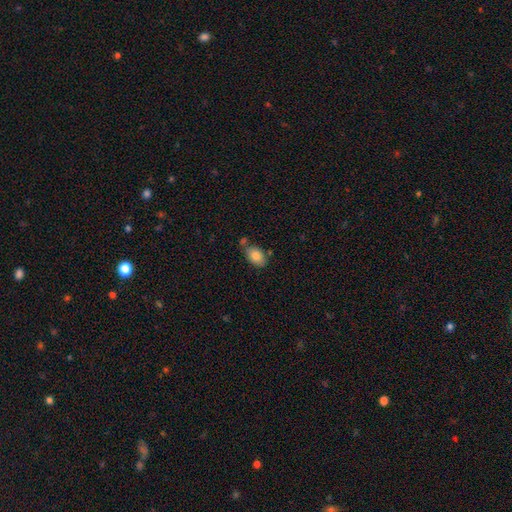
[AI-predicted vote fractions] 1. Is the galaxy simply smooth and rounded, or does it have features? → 84% smooth, 9% featured or disk, 7% star or artifact.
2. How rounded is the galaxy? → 87% in between, 12% round, 1% cigar-shaped.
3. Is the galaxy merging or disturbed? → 64% none, 18% minor disturbance, 14% merger, 4% major disturbance.